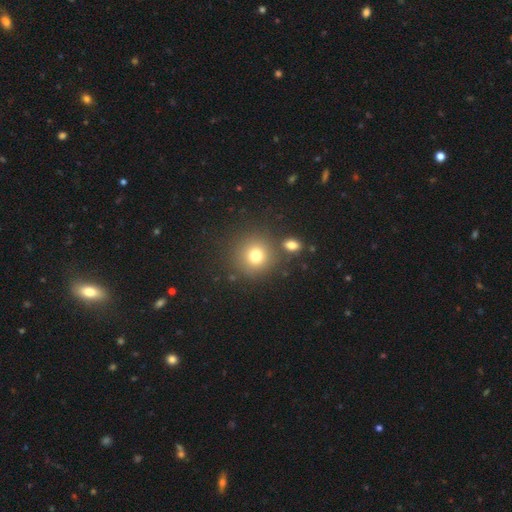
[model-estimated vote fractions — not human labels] This appears to be a smooth galaxy with no disk features (75%) that is round (92%). Merging: none (80%).